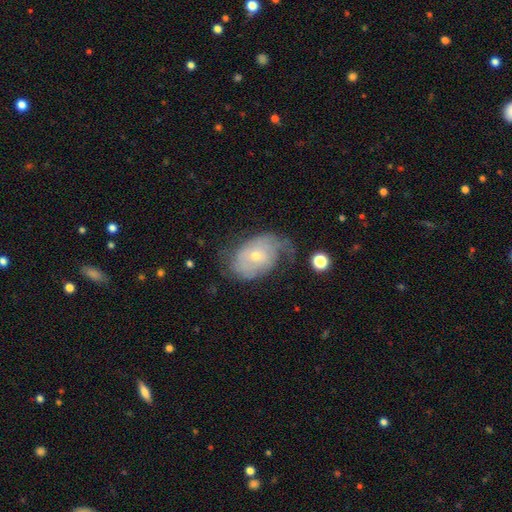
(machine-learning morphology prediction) Smooth or featured? Predicted: featured or disk (p=0.62). Edge-on disk? Predicted: no (p=0.95). Bar? Predicted: no (p=0.72). Spiral arms? Predicted: yes (p=0.75). Bulge size? Predicted: small (p=0.62). Merging? Predicted: none (p=0.42).